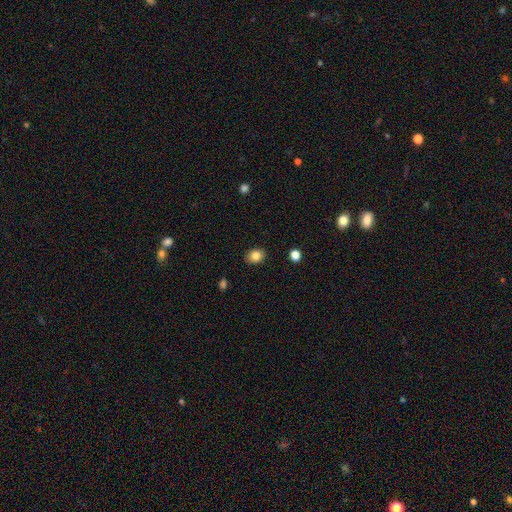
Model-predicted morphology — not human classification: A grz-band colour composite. It shows a smooth galaxy with no disk features (84%) that is in between round and cigar-shaped (55%). Merging: none (86%).